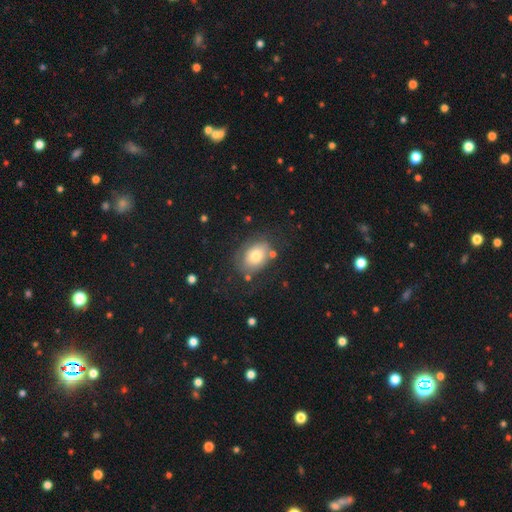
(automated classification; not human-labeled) smooth-or-featured: smooth: 71% | featured or disk: 21% | star or artifact: 9%
  how-rounded: in between: 73% | round: 26% | cigar-shaped: 1%
  merging: none: 68% | minor disturbance: 19% | major disturbance: 9% | merger: 5%